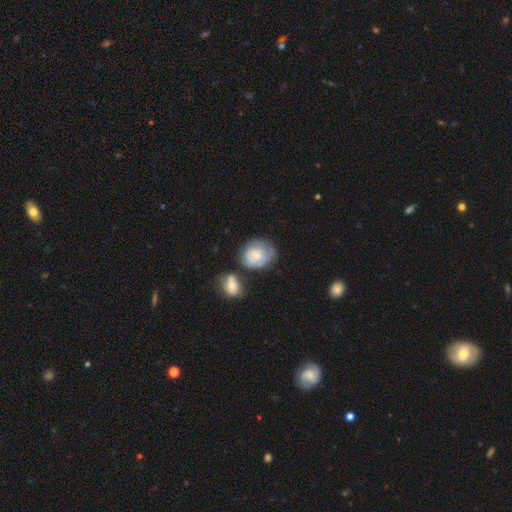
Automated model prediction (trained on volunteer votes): The model was most divided on "how rounded": round: 51%, in between: 48%, cigar-shaped: 1%. Remaining: smooth or featured — smooth (59%); merging — none (46%).